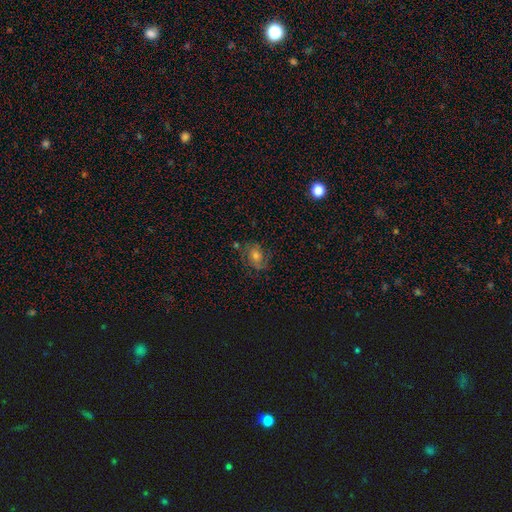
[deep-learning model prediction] This is possibly a featured or disk galaxy (52%). It is clearly not viewed edge-on (96%). Merging: likely none (68%).